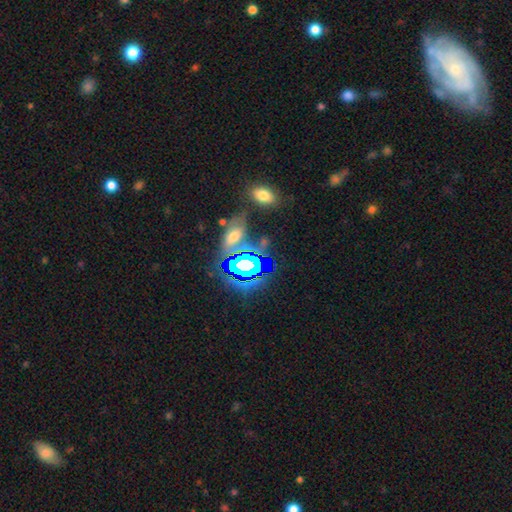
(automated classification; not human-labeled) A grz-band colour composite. It shows a star or artifact, not a galaxy (71%).